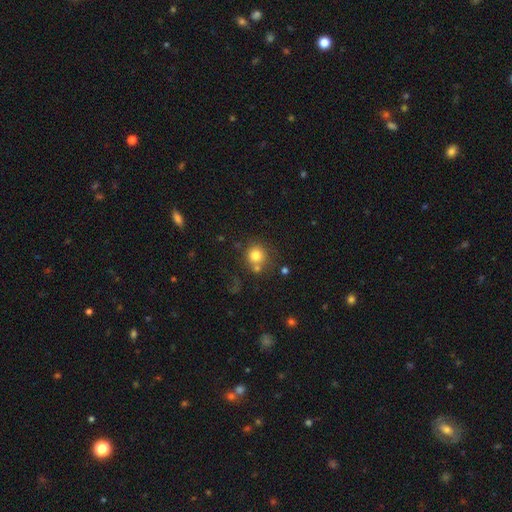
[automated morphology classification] smooth_or_featured: smooth (p=0.79) [alt: star or artifact p=0.12]
how_rounded: round (p=0.88) [alt: in between p=0.11]
merging: none (p=0.65) [alt: merger p=0.17]